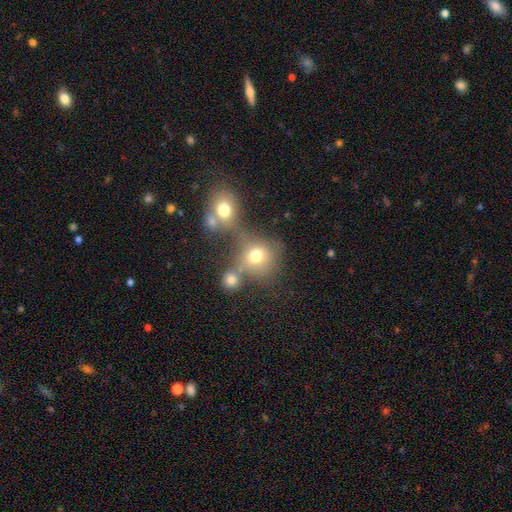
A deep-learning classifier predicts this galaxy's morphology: Smooth or featured? Predicted: smooth (p=0.71). How rounded? Predicted: round (p=0.79). Merging? Predicted: merger (p=0.44).